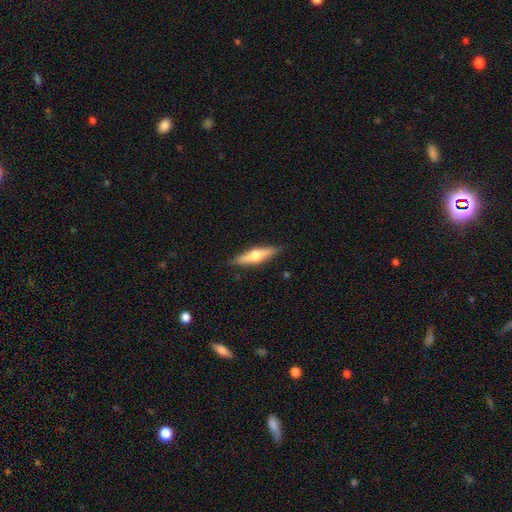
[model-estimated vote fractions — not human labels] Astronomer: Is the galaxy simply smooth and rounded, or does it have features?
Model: featured or disk — 55% (runner-up: smooth, 39%).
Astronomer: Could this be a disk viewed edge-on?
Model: yes — 94%.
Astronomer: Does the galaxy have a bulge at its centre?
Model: rounded — 94%.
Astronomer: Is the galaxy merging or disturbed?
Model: none — 88%.